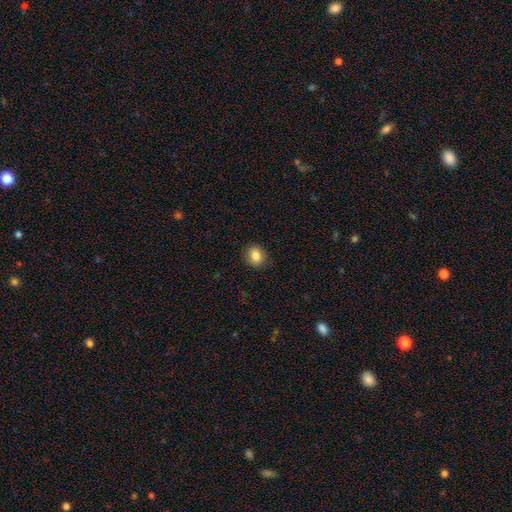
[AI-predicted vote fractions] Smooth or featured? smooth (85%)
How rounded? round (54%)
Merging? none (88%)